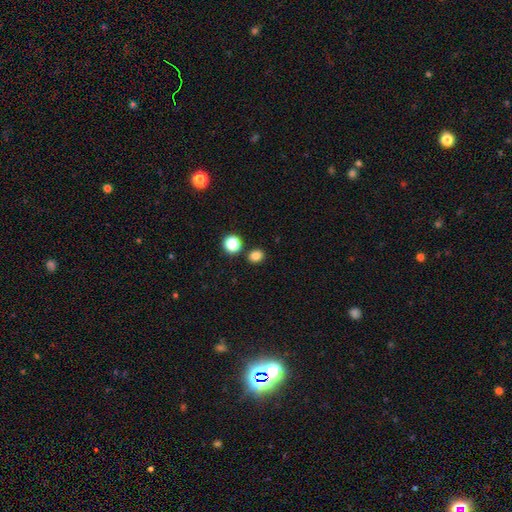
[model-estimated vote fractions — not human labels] smooth_or_featured: smooth (p=0.82) [alt: star or artifact p=0.14]
how_rounded: round (p=0.66) [alt: in between p=0.33]
merging: none (p=0.82) [alt: minor disturbance p=0.08]